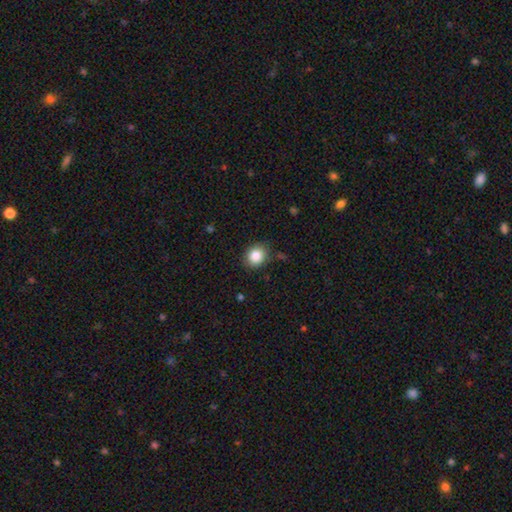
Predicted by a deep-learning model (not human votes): A smooth galaxy with no disk features (86%) that is round (66%). Merging: none (82%).